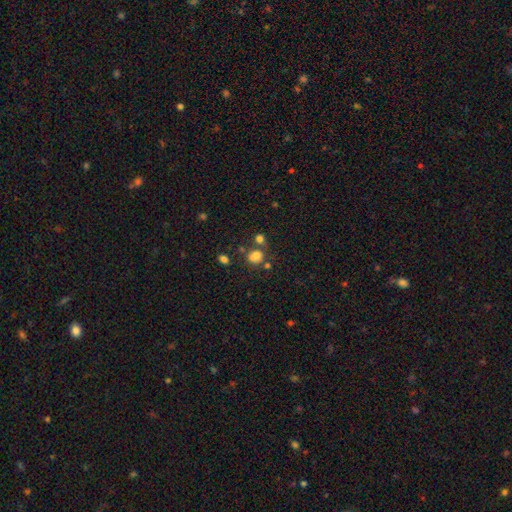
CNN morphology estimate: Overall: smooth (69%). How rounded: round (67%; in between 32%). Merging: none (48%; merger 32%).